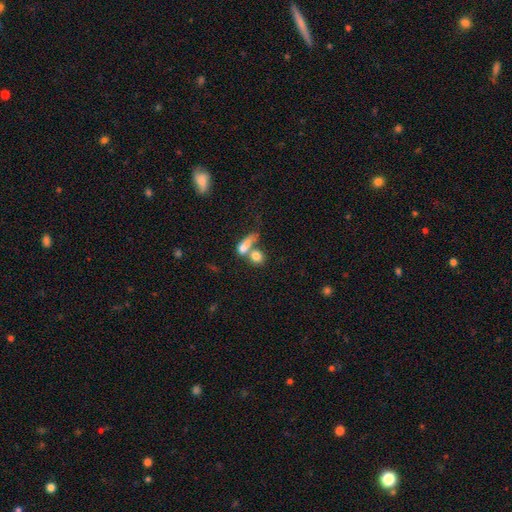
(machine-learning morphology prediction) Smooth or featured?
  - smooth: 77% *
  - featured or disk: 14%
  - star or artifact: 10%
How rounded?
  - round: 61% *
  - in between: 32%
  - cigar-shaped: 7%
Merging?
  - merger: 51% *
  - none: 33%
  - minor disturbance: 8%
  - major disturbance: 8%